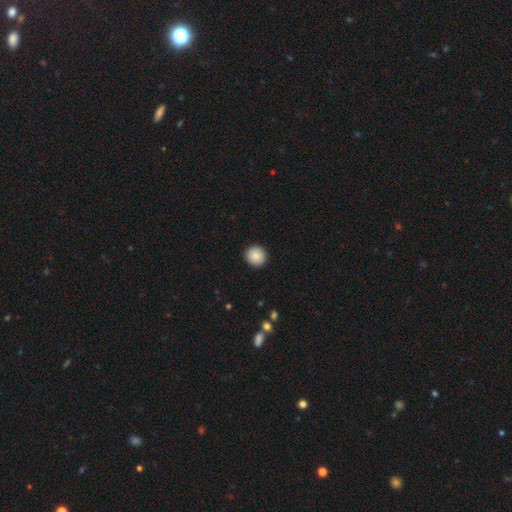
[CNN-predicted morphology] A smooth galaxy with no disk features (87%) that is round (94%). Merging: none (93%).